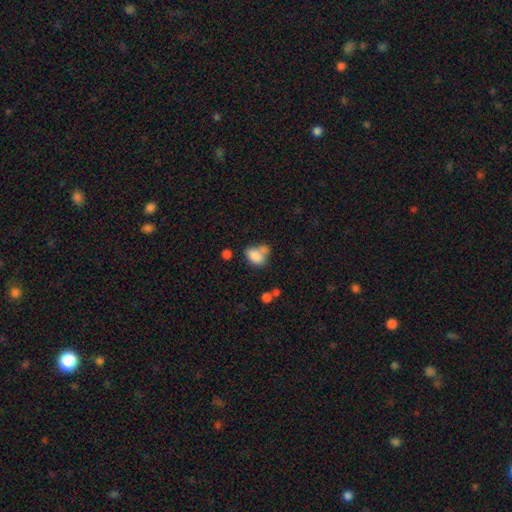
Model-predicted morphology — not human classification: Q: Smooth or featured?
A: smooth (82%); runner-up: star or artifact (10%)
Q: How rounded?
A: in between (78%); runner-up: round (20%)
Q: Merging?
A: none (38%); runner-up: merger (32%)